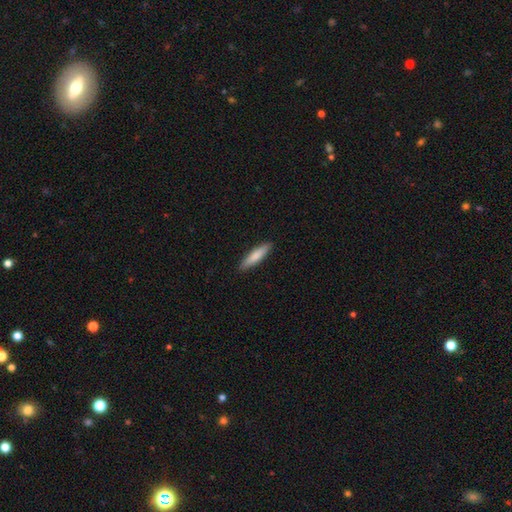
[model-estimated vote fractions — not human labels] Smooth or featured: smooth — 80% (featured or disk — 15%)
How rounded: cigar-shaped — 81% (in between — 17%)
Merging: none — 90% (minor disturbance — 7%)